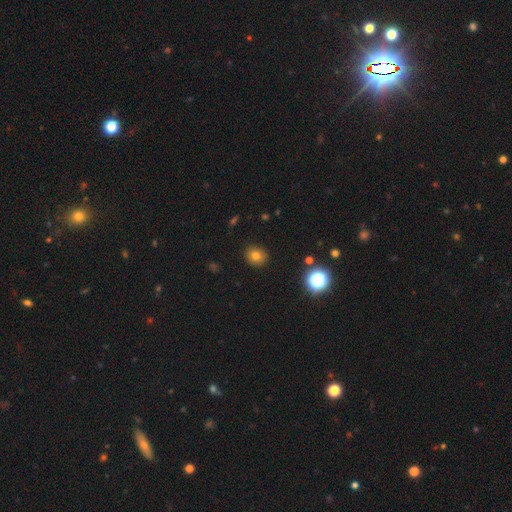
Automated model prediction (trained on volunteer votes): Overall: smooth (76%). How rounded: round (76%). Merging: none (89%).